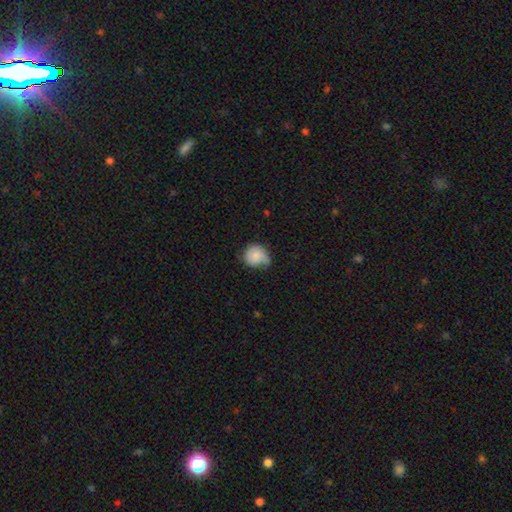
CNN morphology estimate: smooth-or-featured: smooth: 76% | featured or disk: 16% | star or artifact: 8%
  how-rounded: round: 79% | in between: 21% | cigar-shaped: 1%
  merging: minor disturbance: 42% | none: 41% | major disturbance: 13% | merger: 4%